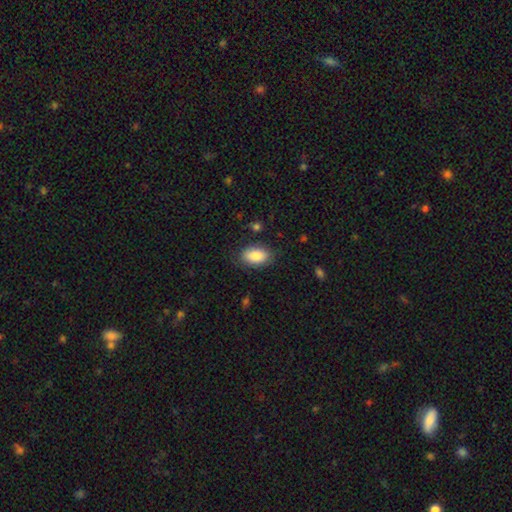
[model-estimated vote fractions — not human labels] Smooth or featured? Predicted: smooth (p=0.86). How rounded? Predicted: in between (p=0.92). Merging? Predicted: none (p=0.80).